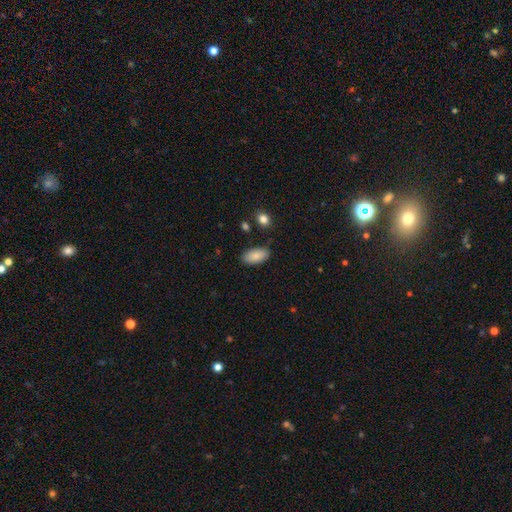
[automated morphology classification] The model was most divided on "merging": none: 85%, minor disturbance: 11%, major disturbance: 2%, merger: 2%. More confident: how rounded — in between (93%); smooth or featured — smooth (87%).